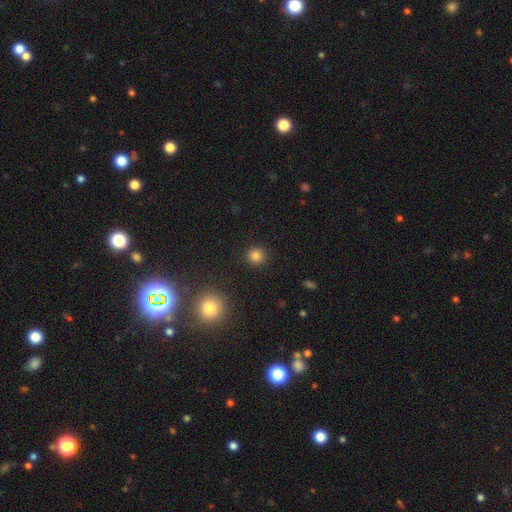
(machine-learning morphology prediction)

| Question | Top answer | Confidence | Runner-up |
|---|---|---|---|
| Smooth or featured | smooth | 83% | star or artifact (13%) |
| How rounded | round | 93% | in between (6%) |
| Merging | none | 91% | minor disturbance (5%) |